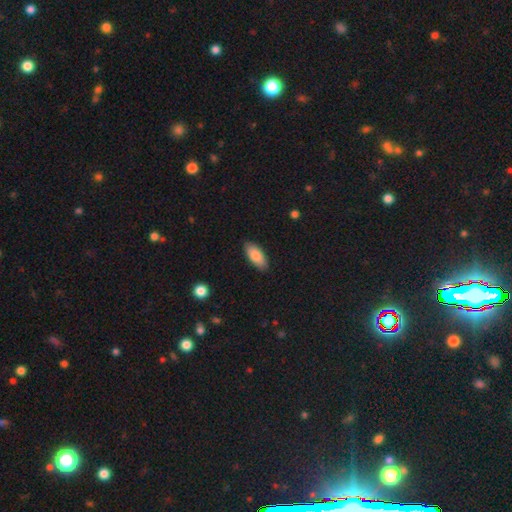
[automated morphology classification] smooth-or-featured: smooth: 85% | featured or disk: 9% | star or artifact: 6%
  how-rounded: in between: 87% | cigar-shaped: 11% | round: 2%
  merging: none: 88% | minor disturbance: 10% | major disturbance: 2% | merger: 1%